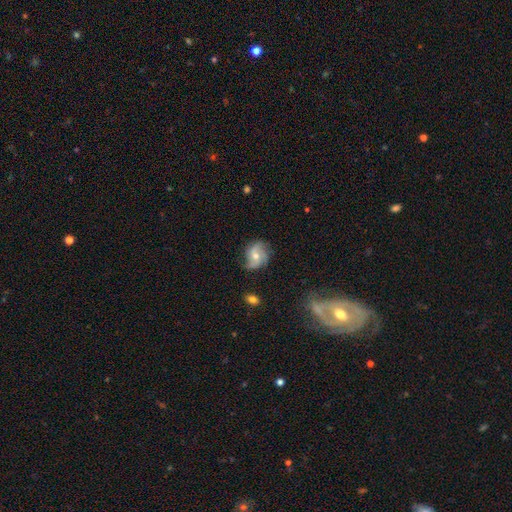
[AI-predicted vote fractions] A featured or disk galaxy (71%) with no bar (65%), 3 (45%) medium (43%) spiral arms (93%) and a moderate central bulge (55%). Merging: none (67%).